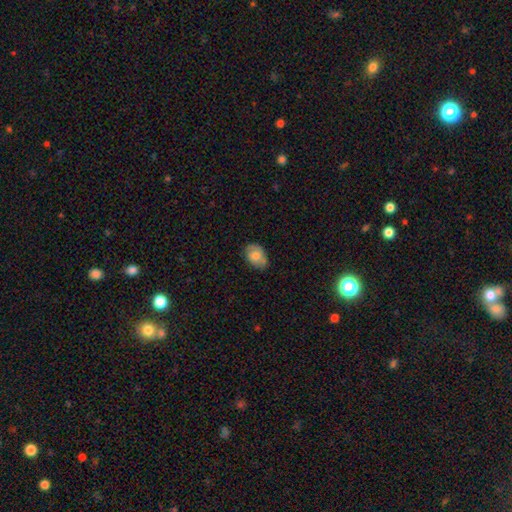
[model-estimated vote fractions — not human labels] smooth 71%, featured or disk 22%, star or artifact 8%. Down the decision tree: how rounded — in between (80%); merging — none (67%).